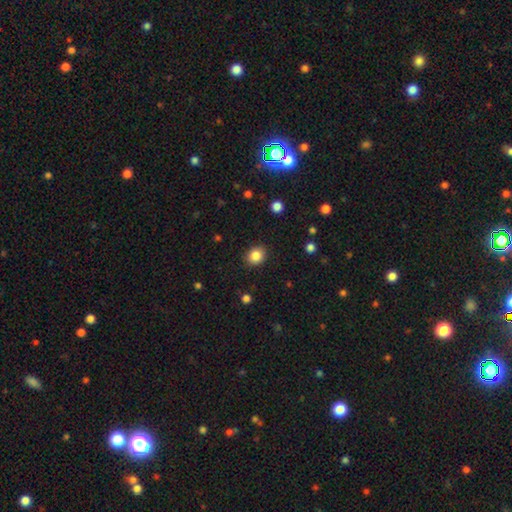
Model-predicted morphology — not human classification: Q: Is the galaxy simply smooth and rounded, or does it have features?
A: smooth — 85%.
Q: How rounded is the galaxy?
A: round — 66%.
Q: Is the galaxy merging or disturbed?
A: none — 89%.